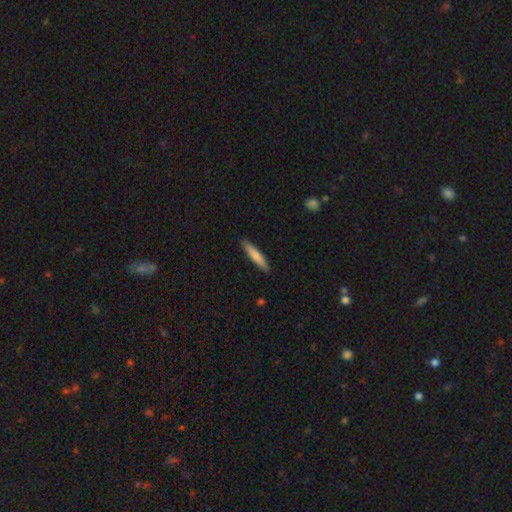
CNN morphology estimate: Q: Smooth or featured?
A: smooth (74%); runner-up: featured or disk (21%)
Q: How rounded?
A: cigar-shaped (91%); runner-up: in between (8%)
Q: Merging?
A: none (90%); runner-up: minor disturbance (7%)